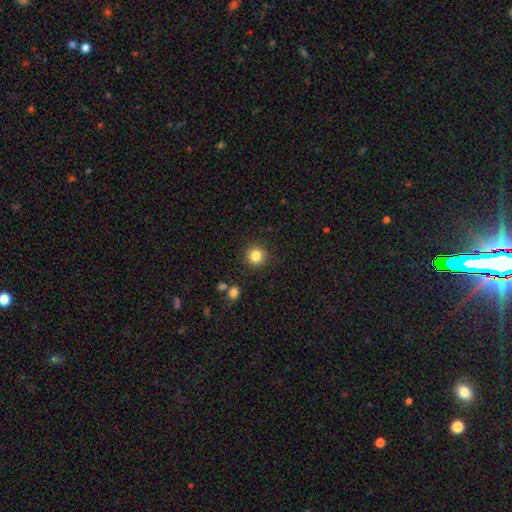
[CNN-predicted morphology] Smooth or featured? Predicted: smooth (p=0.84). How rounded? Predicted: round (p=0.94). Merging? Predicted: none (p=0.90).